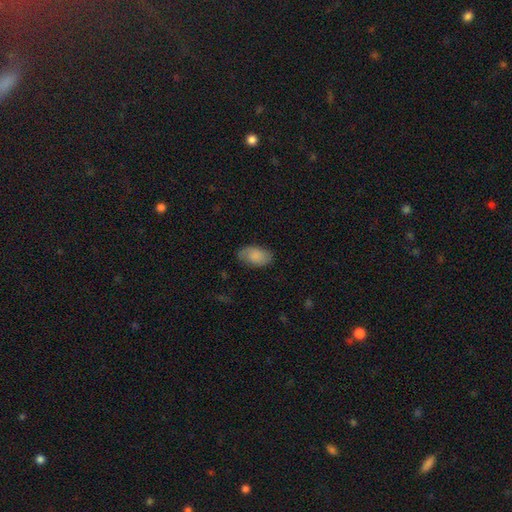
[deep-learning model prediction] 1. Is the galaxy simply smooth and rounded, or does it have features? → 81% smooth, 12% featured or disk, 7% star or artifact.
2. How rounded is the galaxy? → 93% in between, 5% round, 1% cigar-shaped.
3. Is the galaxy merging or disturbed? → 71% none, 22% minor disturbance, 5% major disturbance, 1% merger.